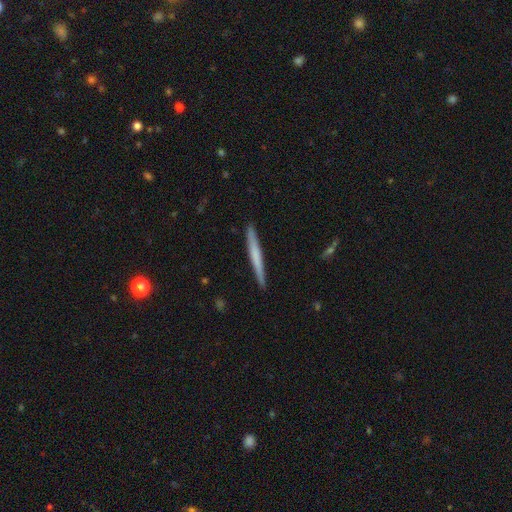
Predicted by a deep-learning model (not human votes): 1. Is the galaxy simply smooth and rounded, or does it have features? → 51% smooth, 43% featured or disk, 5% star or artifact.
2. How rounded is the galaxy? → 97% cigar-shaped, 2% in between, 1% round.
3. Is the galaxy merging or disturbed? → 91% none, 7% minor disturbance, 1% major disturbance, 1% merger.